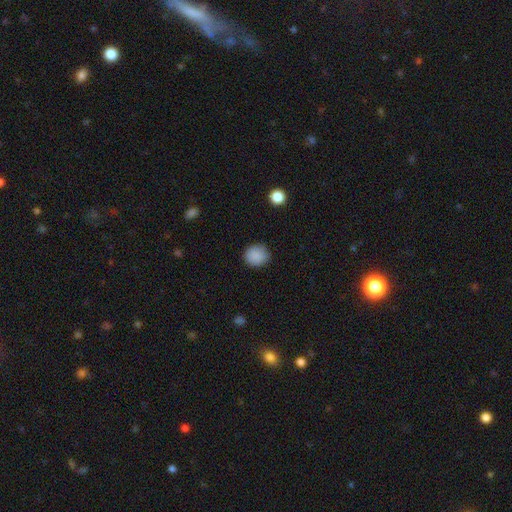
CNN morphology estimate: smooth-or-featured: smooth: 88% | star or artifact: 9% | featured or disk: 3%
  how-rounded: round: 82% | in between: 17% | cigar-shaped: 1%
  merging: none: 86% | minor disturbance: 11% | major disturbance: 2% | merger: 1%